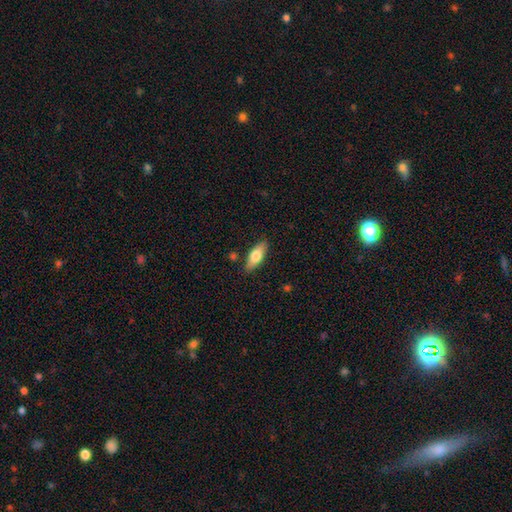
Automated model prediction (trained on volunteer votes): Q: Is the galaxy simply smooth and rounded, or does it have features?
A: smooth — 73%.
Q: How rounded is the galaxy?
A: in between — 71%.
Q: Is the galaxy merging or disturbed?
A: none — 83%.